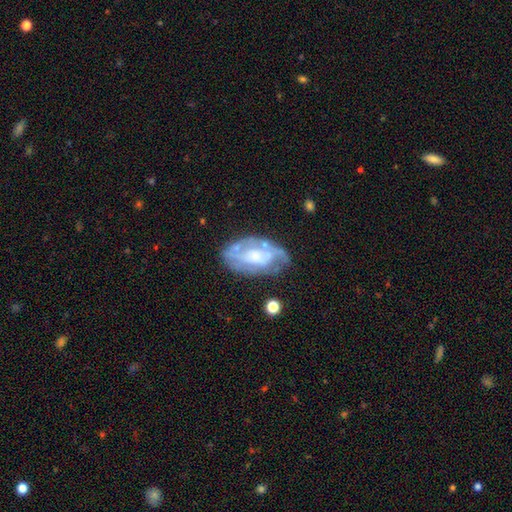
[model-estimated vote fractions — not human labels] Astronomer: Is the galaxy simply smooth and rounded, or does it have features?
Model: featured or disk — 69%.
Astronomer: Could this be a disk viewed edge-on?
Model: no — 95%.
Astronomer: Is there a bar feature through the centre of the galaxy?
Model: no — 69%.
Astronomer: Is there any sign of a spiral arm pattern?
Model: yes — 66%.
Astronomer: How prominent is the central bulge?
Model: moderate — 32% (runner-up: small, 30%).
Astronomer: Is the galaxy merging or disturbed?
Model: none — 58%.